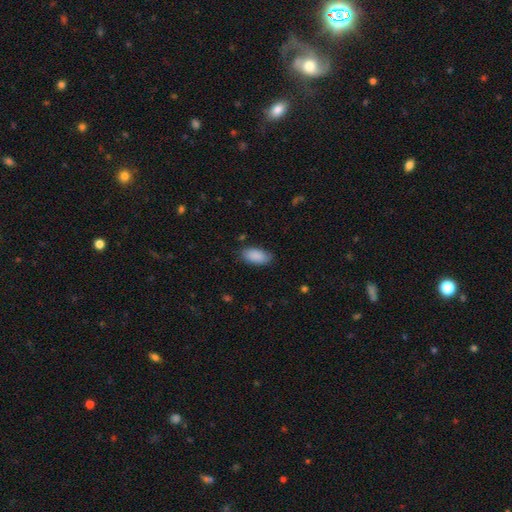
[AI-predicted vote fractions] Smooth or featured? smooth (89%)
How rounded? in between (93%)
Merging? none (81%)